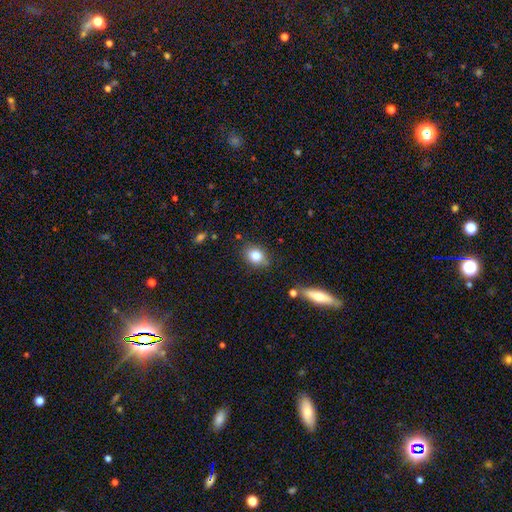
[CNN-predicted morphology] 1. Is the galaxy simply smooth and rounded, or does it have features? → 82% smooth, 9% star or artifact, 9% featured or disk.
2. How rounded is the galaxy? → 56% in between, 43% round, 2% cigar-shaped.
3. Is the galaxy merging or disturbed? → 78% none, 15% minor disturbance, 3% major disturbance, 3% merger.